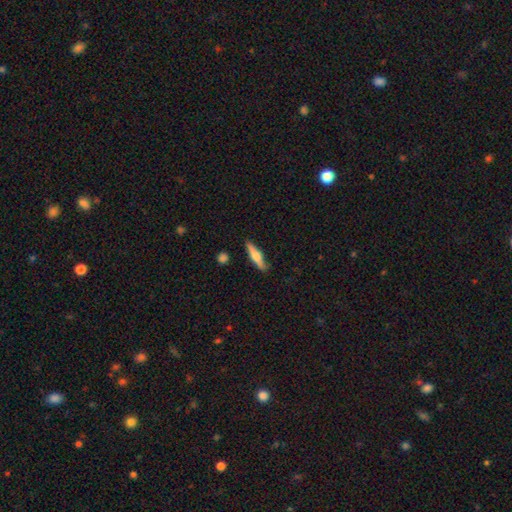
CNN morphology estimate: The model was most divided on "smooth or featured": smooth: 50%, featured or disk: 44%, star or artifact: 6%. More confident: merging — none (86%); how rounded — cigar-shaped (77%).